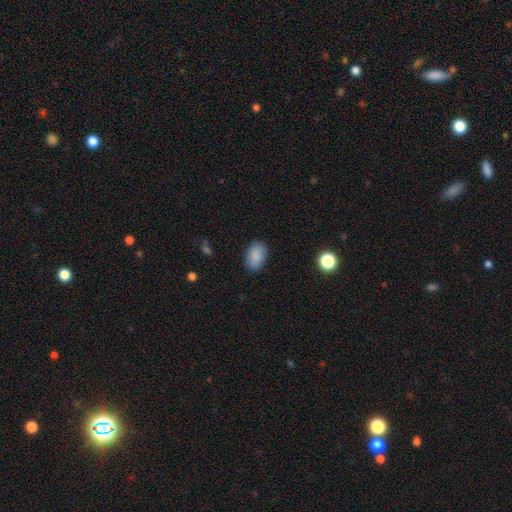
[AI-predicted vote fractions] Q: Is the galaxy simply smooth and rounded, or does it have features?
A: smooth — 88%.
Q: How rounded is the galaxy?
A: in between — 91%.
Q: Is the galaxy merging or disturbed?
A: none — 85%.